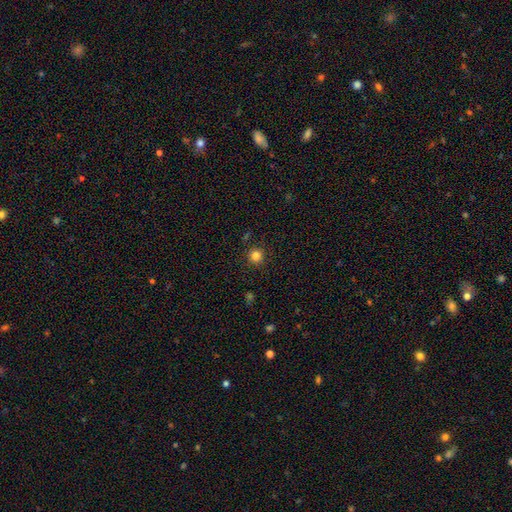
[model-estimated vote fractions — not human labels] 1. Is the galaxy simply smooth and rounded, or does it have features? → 83% smooth, 13% star or artifact, 4% featured or disk.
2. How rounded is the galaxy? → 95% round, 4% in between, 1% cigar-shaped.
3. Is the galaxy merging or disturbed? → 89% none, 7% minor disturbance, 2% major disturbance, 2% merger.